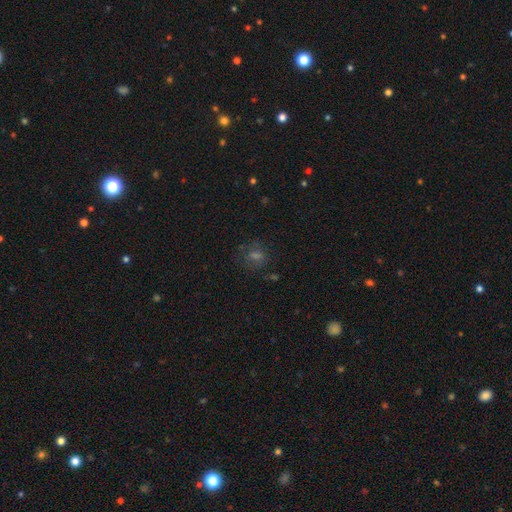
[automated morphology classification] Overall: smooth (47%; star or artifact 34%). Merging: none (76%).